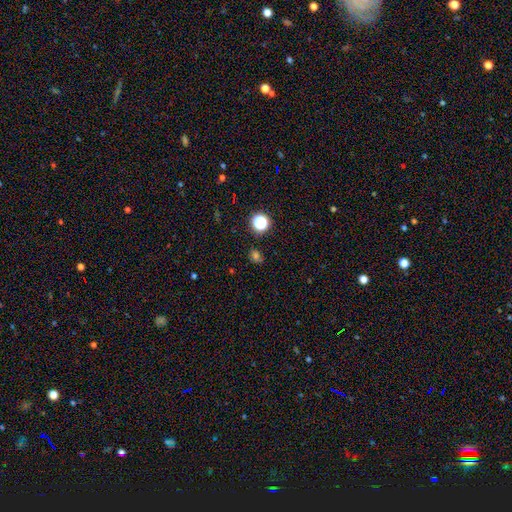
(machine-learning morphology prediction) type=smooth (64%); roundness=round (61%); merging=none (81%).